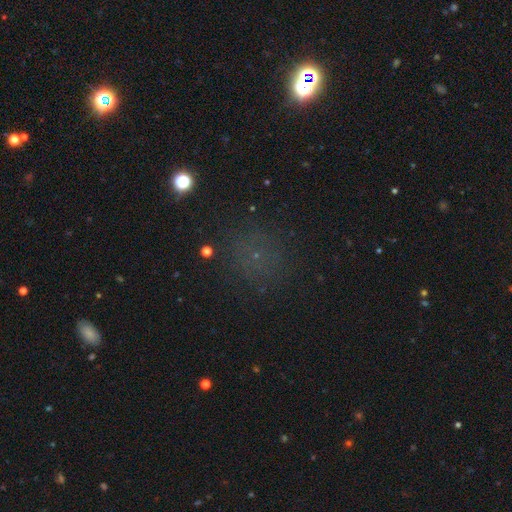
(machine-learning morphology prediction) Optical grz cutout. It shows a smooth galaxy with no disk features (48%). Merging: none (83%).